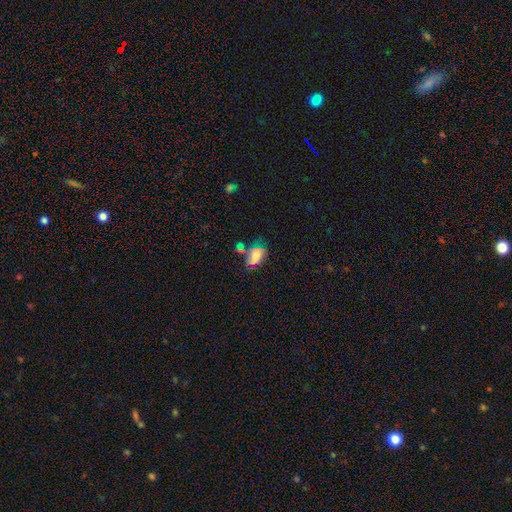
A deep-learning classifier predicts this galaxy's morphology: A smooth galaxy with no disk features (62%) that is in between round and cigar-shaped (87%).

Vote fractions:
- Smooth or featured? smooth: 62% / featured or disk: 26% / star or artifact: 12%
- How rounded? in between: 87% / round: 11% / cigar-shaped: 2%
- Merging? none: 40% / minor disturbance: 28% / merger: 18% / major disturbance: 15%